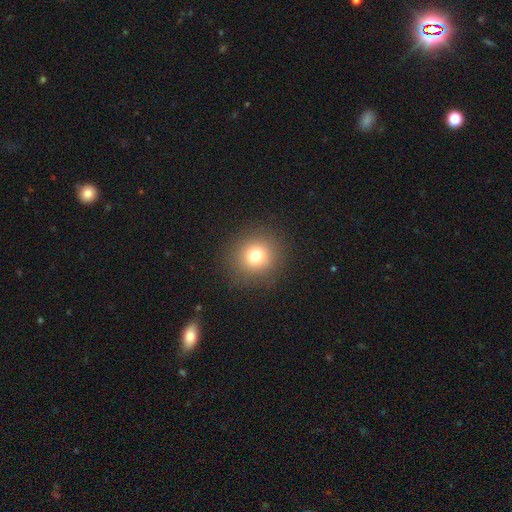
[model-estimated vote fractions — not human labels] The model was most divided on "smooth or featured": smooth: 77%, star or artifact: 14%, featured or disk: 9%. More confident: how rounded — round (90%); merging — none (90%).